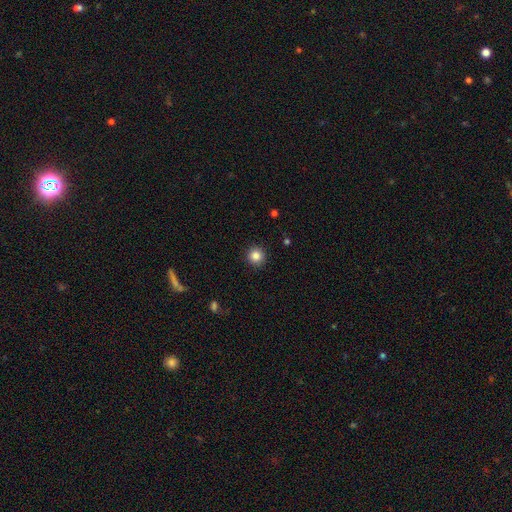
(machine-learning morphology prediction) Smooth or featured: smooth — 85% (star or artifact — 11%)
How rounded: round — 95% (in between — 4%)
Merging: none — 92% (minor disturbance — 5%)